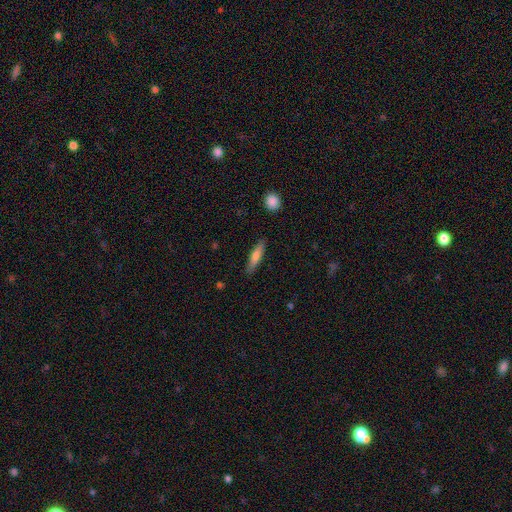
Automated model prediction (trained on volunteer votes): Smooth or featured? Predicted: smooth (p=0.66). How rounded? Predicted: cigar-shaped (p=0.81). Merging? Predicted: none (p=0.88).